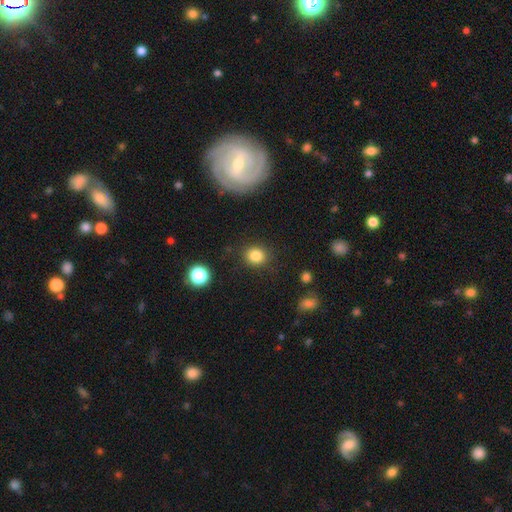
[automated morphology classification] type=smooth (83%); roundness=round (77%); merging=none (86%).